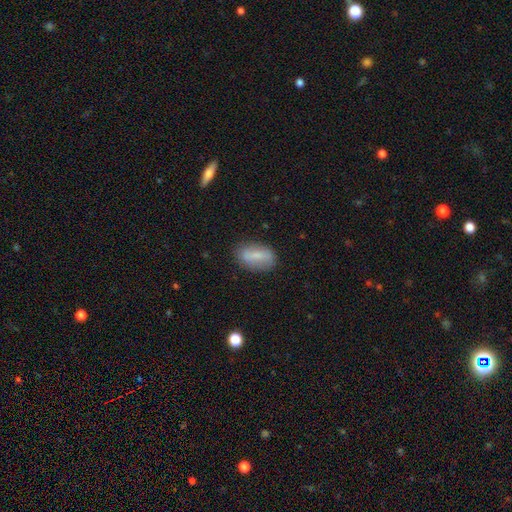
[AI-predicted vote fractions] smooth_or_featured: smooth (p=0.65) [alt: featured or disk p=0.27]
how_rounded: in between (p=0.86) [alt: cigar-shaped p=0.08]
merging: none (p=0.78) [alt: minor disturbance p=0.16]